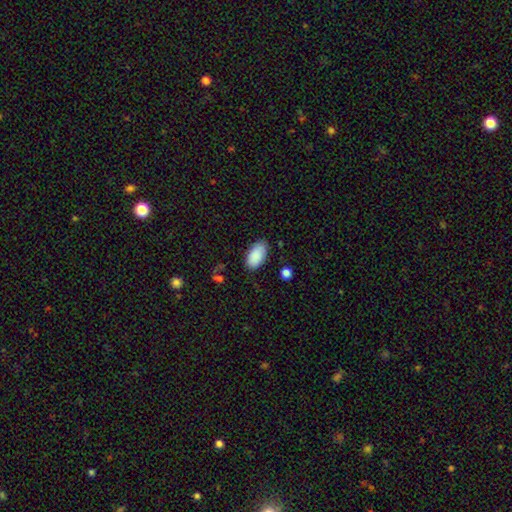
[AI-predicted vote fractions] smooth_or_featured: smooth (p=0.89) [alt: star or artifact p=0.07]
how_rounded: in between (p=0.95) [alt: round p=0.03]
merging: none (p=0.80) [alt: minor disturbance p=0.16]